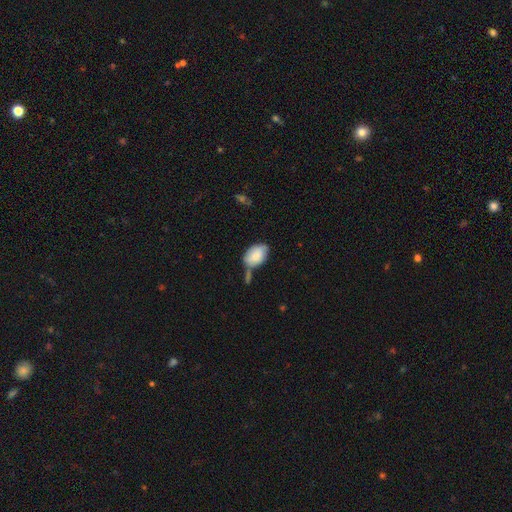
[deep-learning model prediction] Overall: smooth (80%). How rounded: in between (86%). Merging: none (47%; minor disturbance 27%).